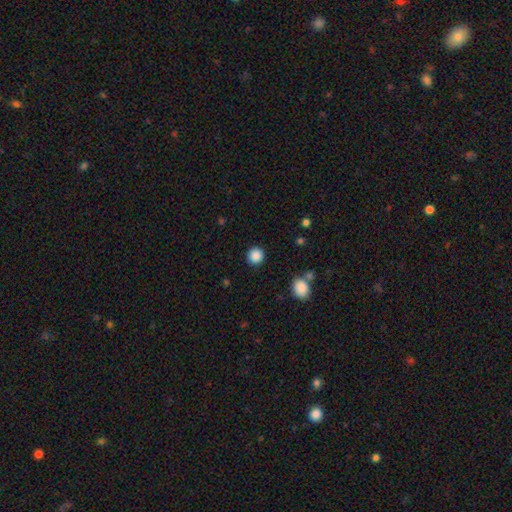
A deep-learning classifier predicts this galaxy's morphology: This appears to be a smooth galaxy with no disk features (88%) that is round (93%). Merging: none (90%).